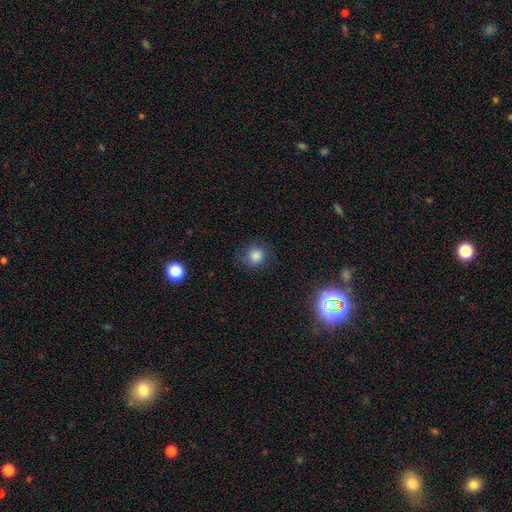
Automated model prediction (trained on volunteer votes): smooth 80%, star or artifact 12%, featured or disk 8%. Down the decision tree: how rounded — round (84%); merging — none (73%).